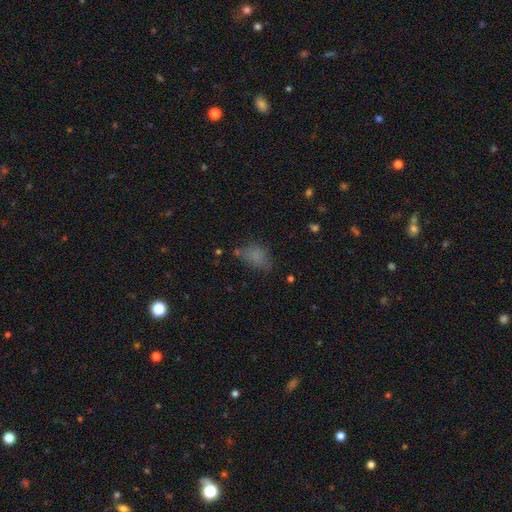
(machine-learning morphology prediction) Smooth or featured? Predicted: smooth (p=0.76). How rounded? Predicted: in between (p=0.83). Merging? Predicted: none (p=0.56).